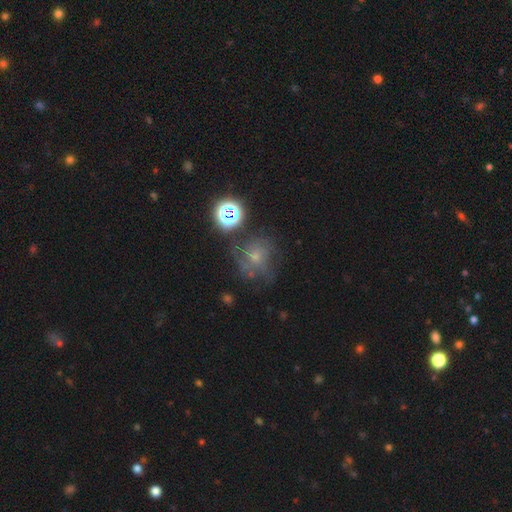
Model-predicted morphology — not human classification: The model was most divided on "smooth or featured": smooth: 41%, featured or disk: 34%, star or artifact: 25%. More confident: merging — none (51%).